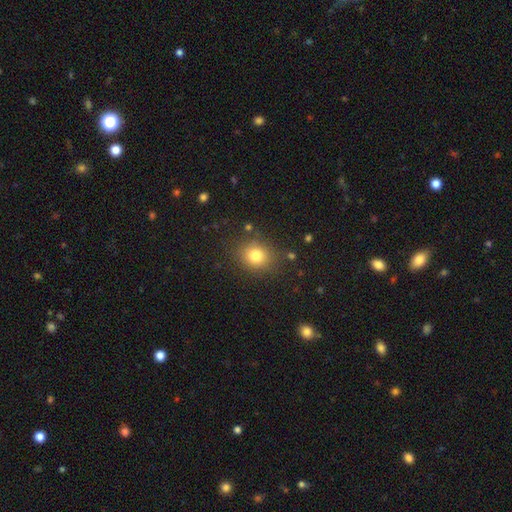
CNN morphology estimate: Overall: smooth (79%). How rounded: round (68%; in between 31%). Merging: none (83%).